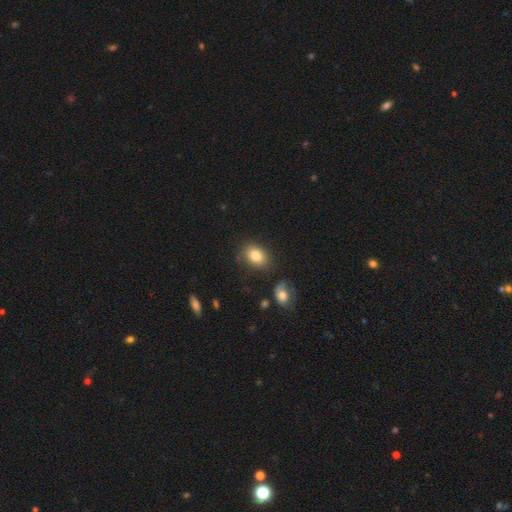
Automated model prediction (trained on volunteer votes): The model was most divided on "how rounded": in between: 74%, round: 25%, cigar-shaped: 1%. More confident: smooth or featured — smooth (82%); merging — none (79%).